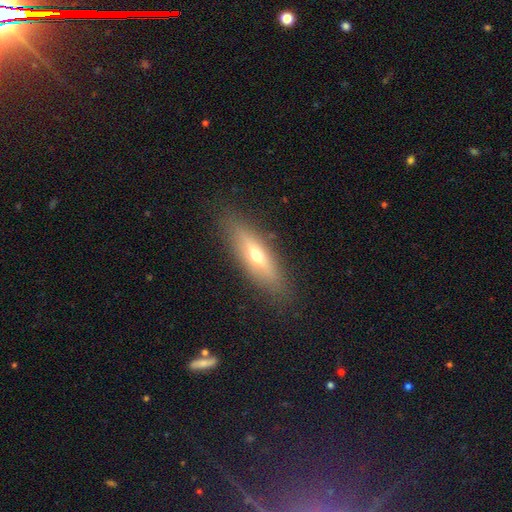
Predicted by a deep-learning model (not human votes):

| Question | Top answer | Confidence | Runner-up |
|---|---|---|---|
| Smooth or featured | featured or disk | 48% | smooth (44%) |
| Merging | none | 86% | minor disturbance (10%) |